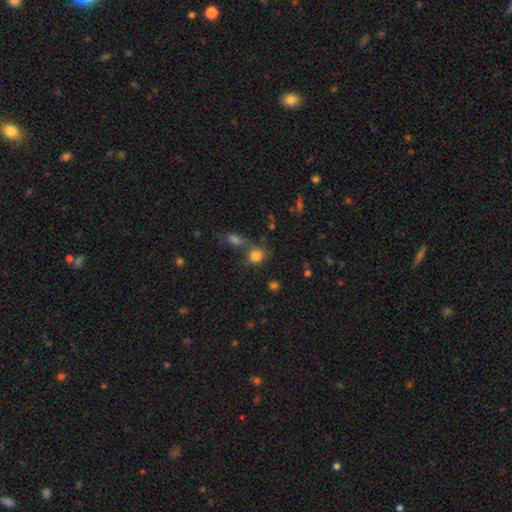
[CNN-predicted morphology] A smooth galaxy with no disk features (81%) that is round (71%). Merging: none (50%).